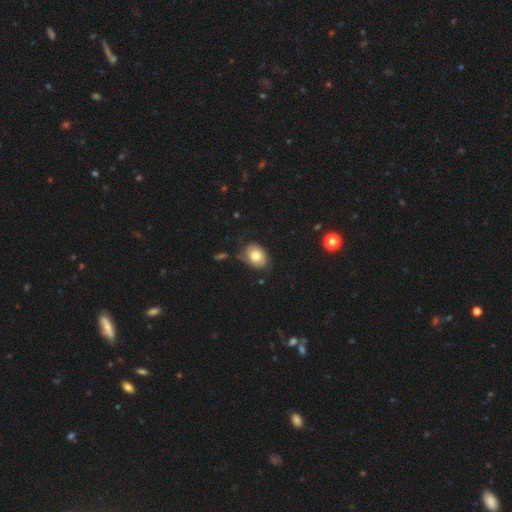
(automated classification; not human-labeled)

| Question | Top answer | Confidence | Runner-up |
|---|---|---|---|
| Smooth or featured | smooth | 71% | featured or disk (21%) |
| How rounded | in between | 66% | round (33%) |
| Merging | none | 59% | minor disturbance (27%) |